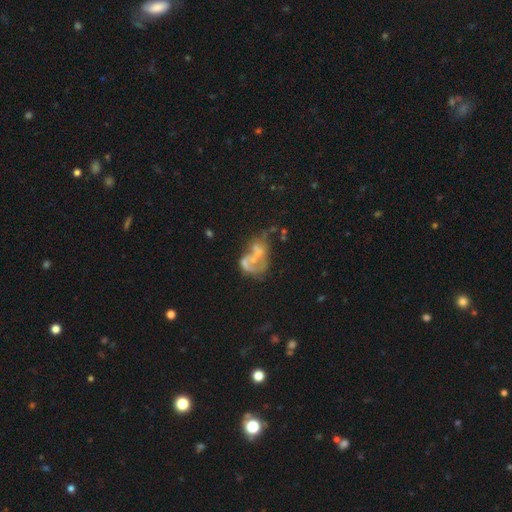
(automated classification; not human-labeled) The model was most divided on "merging": merger: 40%, major disturbance: 28%, none: 20%, minor disturbance: 12%. More confident: edge-on disk — no (98%); bar — no (85%); spiral arms — no (73%); smooth or featured — featured or disk (61%); bulge size — none (50%).